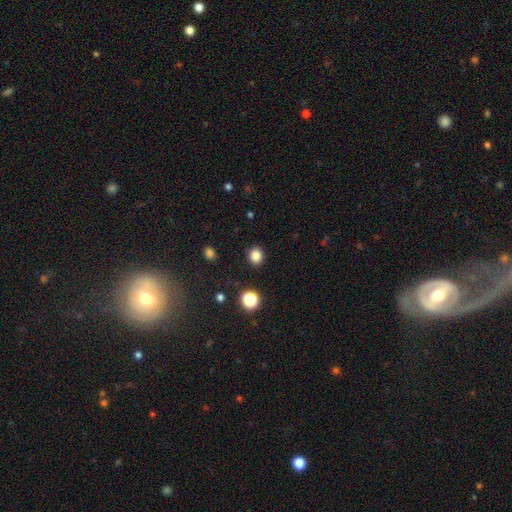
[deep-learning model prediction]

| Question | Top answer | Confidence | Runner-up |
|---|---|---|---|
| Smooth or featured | smooth | 84% | star or artifact (12%) |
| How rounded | round | 71% | in between (28%) |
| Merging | none | 90% | minor disturbance (7%) |